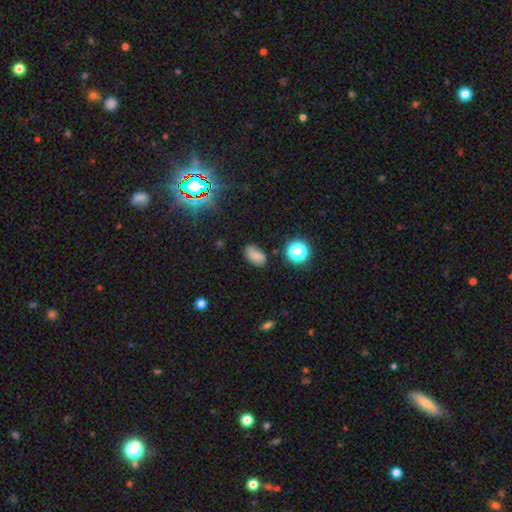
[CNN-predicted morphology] smooth-or-featured: smooth: 72% | star or artifact: 16% | featured or disk: 12%
  how-rounded: in between: 89% | round: 9% | cigar-shaped: 2%
  merging: none: 75% | minor disturbance: 18% | major disturbance: 4% | merger: 3%